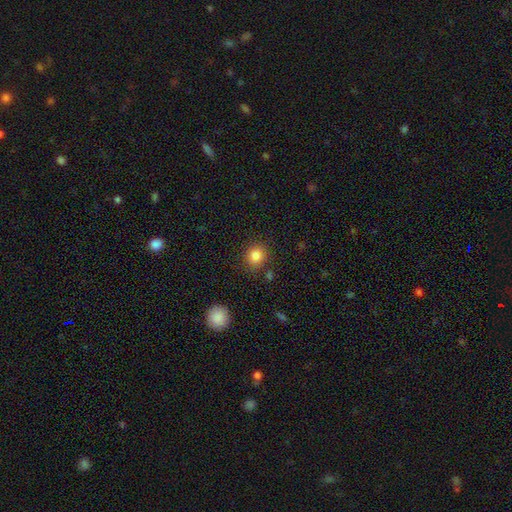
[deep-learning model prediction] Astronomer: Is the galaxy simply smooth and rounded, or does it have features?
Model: smooth — 84%.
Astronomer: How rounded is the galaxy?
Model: round — 84%.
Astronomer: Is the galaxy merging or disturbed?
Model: none — 85%.